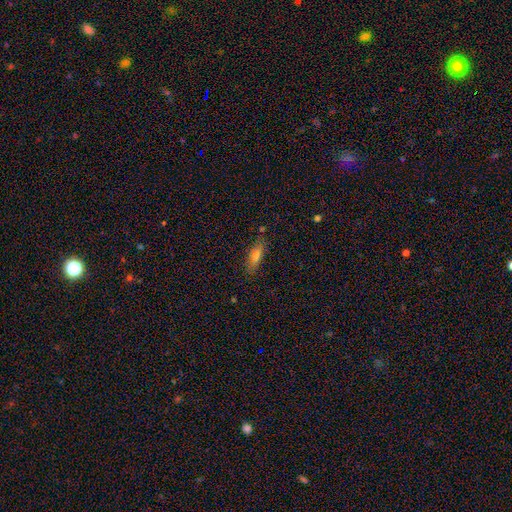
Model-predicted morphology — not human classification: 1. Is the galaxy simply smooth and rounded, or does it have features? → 67% smooth, 23% featured or disk, 10% star or artifact.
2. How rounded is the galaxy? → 49% cigar-shaped, 48% in between, 3% round.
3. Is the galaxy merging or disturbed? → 83% none, 12% minor disturbance, 3% major disturbance, 2% merger.